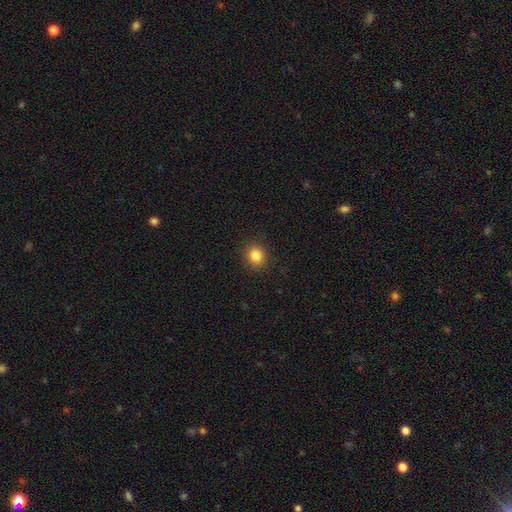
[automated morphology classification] Q: Smooth or featured?
A: smooth (85%); runner-up: star or artifact (11%)
Q: How rounded?
A: round (80%); runner-up: in between (19%)
Q: Merging?
A: none (91%); runner-up: minor disturbance (6%)